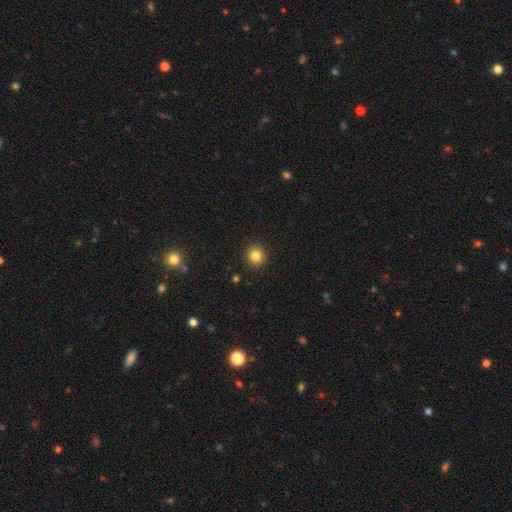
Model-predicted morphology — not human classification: Q: Smooth or featured?
A: smooth (83%); runner-up: star or artifact (11%)
Q: How rounded?
A: round (91%); runner-up: in between (8%)
Q: Merging?
A: none (92%); runner-up: minor disturbance (5%)